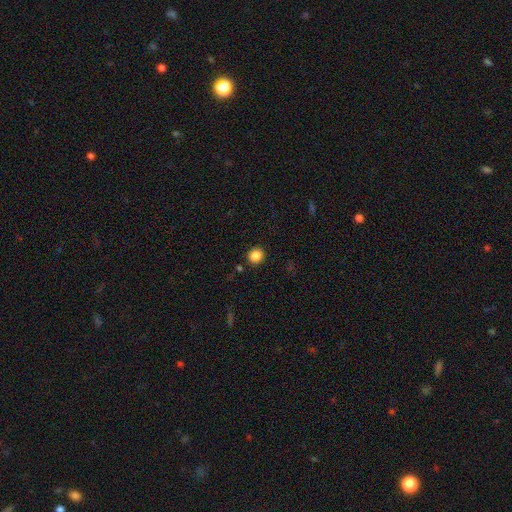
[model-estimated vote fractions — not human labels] A smooth galaxy with no disk features (86%) that is round (82%). Merging: none (89%).